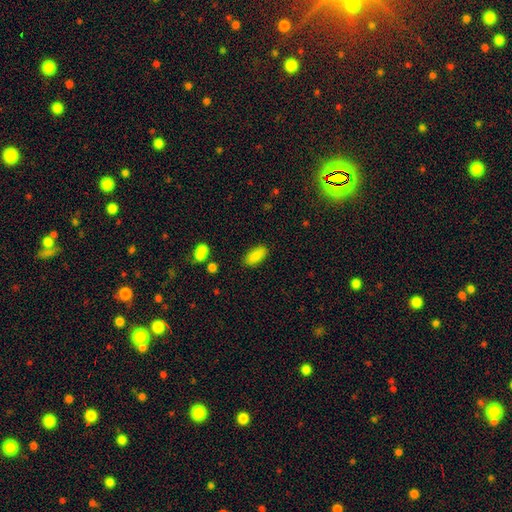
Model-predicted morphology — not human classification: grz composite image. It shows a smooth galaxy with no disk features (87%) that is in between round and cigar-shaped (86%). Merging: none (86%).